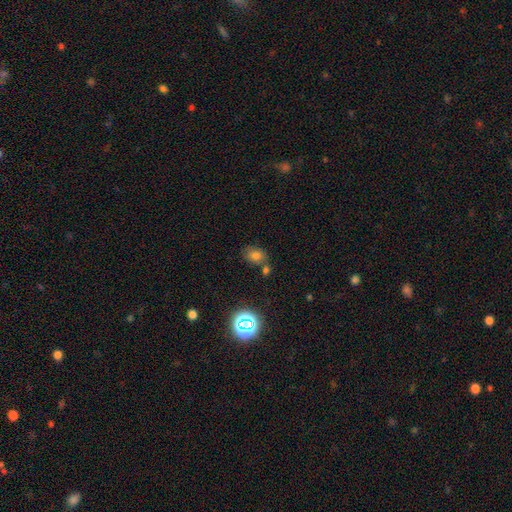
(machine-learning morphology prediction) type=smooth (70%); roundness=in between (63%); merging=none (62%).